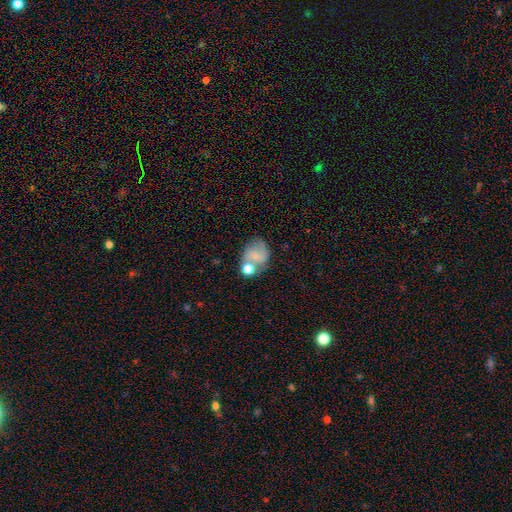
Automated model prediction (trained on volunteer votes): The model was most divided on "how rounded": round: 55%, in between: 44%, cigar-shaped: 1%. Remaining: smooth or featured — smooth (55%); merging — none (44%).